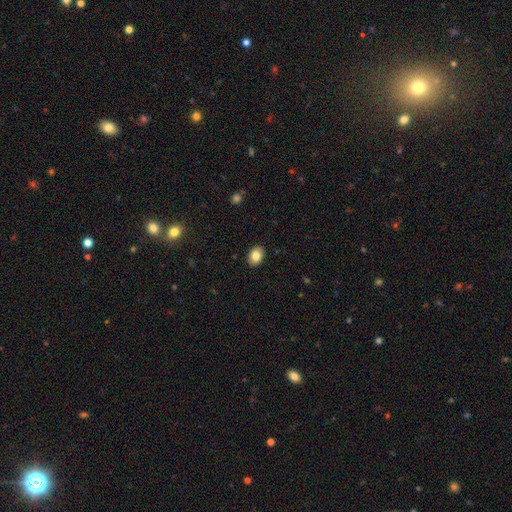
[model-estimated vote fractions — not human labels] Q: Smooth or featured?
A: smooth (83%); runner-up: featured or disk (9%)
Q: How rounded?
A: in between (75%); runner-up: round (24%)
Q: Merging?
A: none (90%); runner-up: minor disturbance (8%)